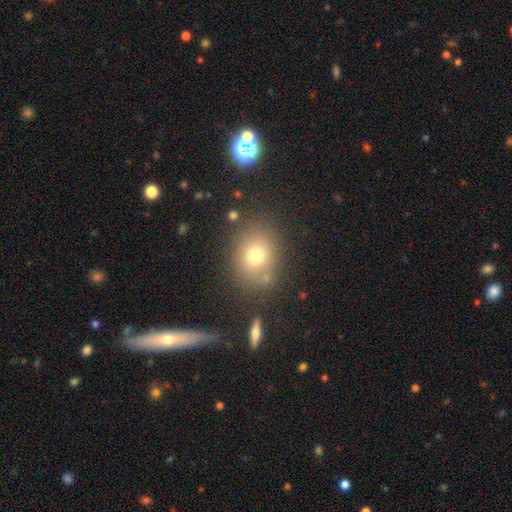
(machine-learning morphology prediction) Smooth or featured? Predicted: smooth (p=0.72). How rounded? Predicted: round (p=0.60). Merging? Predicted: none (p=0.76).